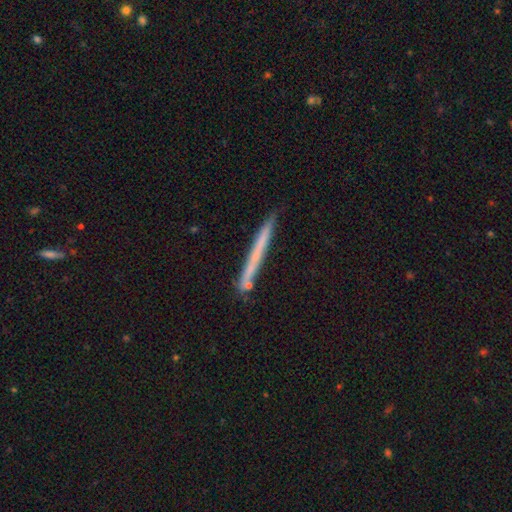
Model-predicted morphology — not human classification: Smooth or featured? smooth (52%)
How rounded? cigar-shaped (97%)
Merging? none (83%)